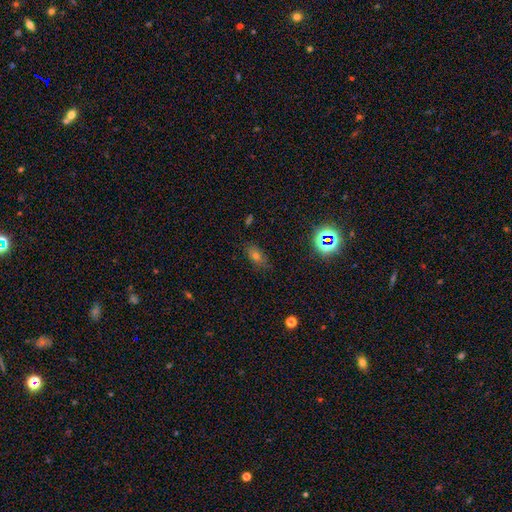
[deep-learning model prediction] A smooth galaxy with no disk features (56%) that is in between round and cigar-shaped (81%).

Vote fractions:
- Smooth or featured? smooth: 56% / star or artifact: 27% / featured or disk: 17%
- How rounded? in between: 81% / round: 12% / cigar-shaped: 7%
- Merging? none: 81% / minor disturbance: 14% / major disturbance: 3% / merger: 2%